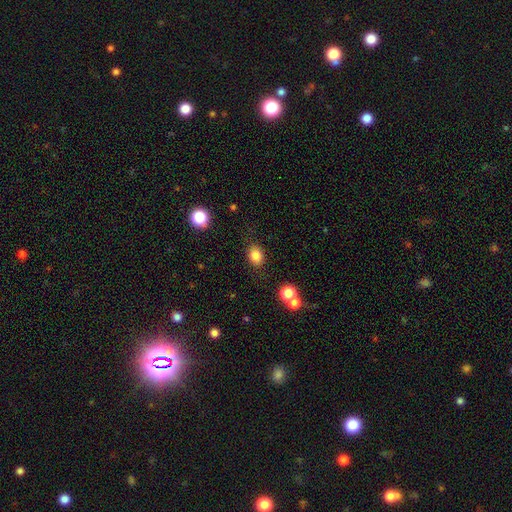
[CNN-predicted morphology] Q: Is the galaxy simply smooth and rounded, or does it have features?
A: smooth — 82%.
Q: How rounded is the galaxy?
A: in between — 63%.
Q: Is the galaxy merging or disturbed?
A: none — 84%.